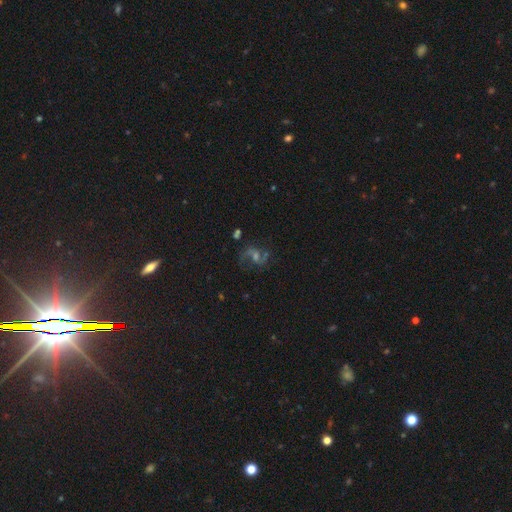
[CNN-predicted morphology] Smooth or featured? Predicted: featured or disk (p=0.76). Edge-on disk? Predicted: no (p=0.98). Bar? Predicted: weak (p=0.50). Spiral arms? Predicted: yes (p=0.95). Spiral winding? Predicted: medium (p=0.48). Spiral arm count? Predicted: 2 (p=0.90). Bulge size? Predicted: moderate (p=0.43). Merging? Predicted: none (p=0.74).